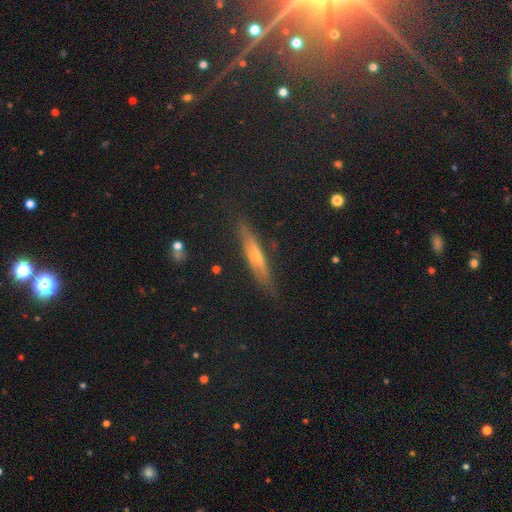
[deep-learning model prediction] The model was most divided on "smooth or featured": featured or disk: 49%, smooth: 34%, star or artifact: 17%. More confident: merging — none (85%).